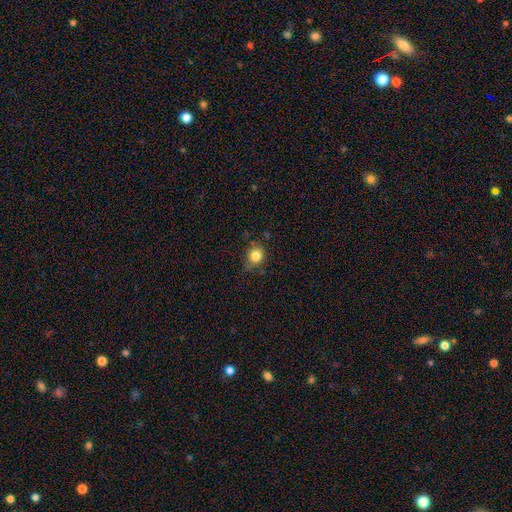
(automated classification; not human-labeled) Overall: smooth (82%). How rounded: round (79%). Merging: none (68%).